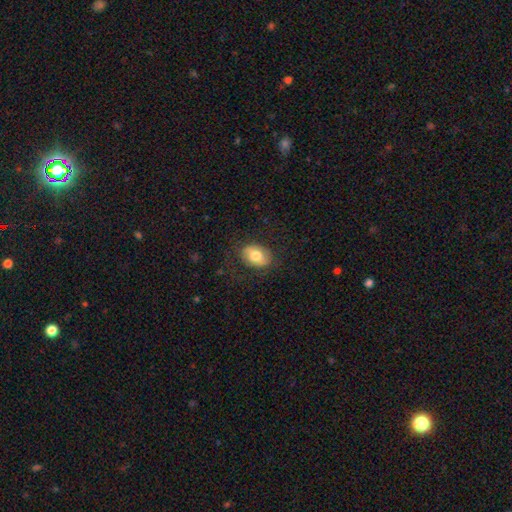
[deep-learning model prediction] A smooth galaxy with no disk features (70%) that is in between round and cigar-shaped (74%).

Vote fractions:
- Smooth or featured? smooth: 70% / featured or disk: 22% / star or artifact: 7%
- How rounded? in between: 74% / round: 25% / cigar-shaped: 1%
- Merging? none: 76% / minor disturbance: 15% / major disturbance: 8% / merger: 1%